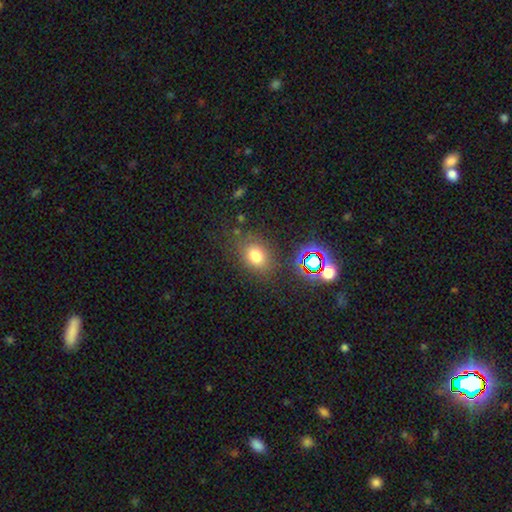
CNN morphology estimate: The model was most divided on "how rounded": in between: 56%, round: 43%, cigar-shaped: 1%. More confident: merging — none (76%); smooth or featured — smooth (73%).